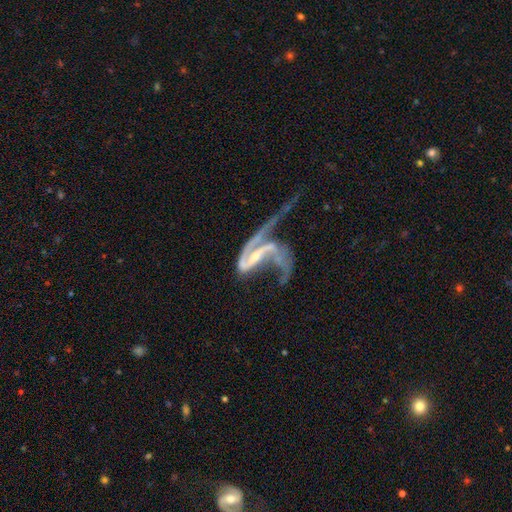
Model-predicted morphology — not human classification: Smooth or featured: featured or disk — 86% (smooth — 7%)
Edge-on disk: no — 95% (yes — 5%)
Bar: strong — 40% (weak — 34%)
Spiral arms: yes — 88% (no — 12%)
Spiral winding: loose — 72% (medium — 21%)
Spiral arm count: 2 — 68% (1 — 22%)
Bulge size: small — 54% (moderate — 28%)
Merging: major disturbance — 50% (merger — 21%)